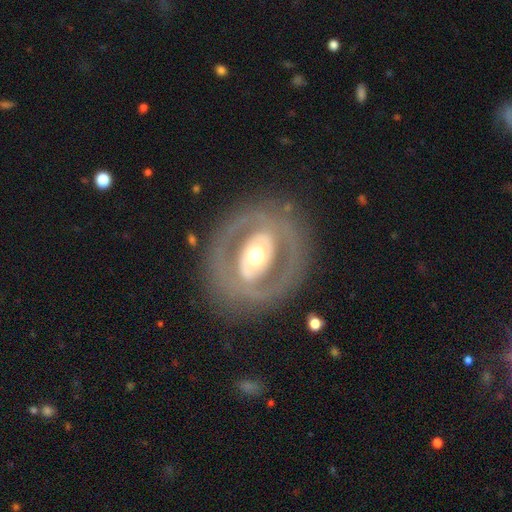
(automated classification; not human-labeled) Smooth or featured?
  - featured or disk: 71% *
  - smooth: 23%
  - star or artifact: 5%
Edge-on disk?
  - no: 95% *
  - yes: 5%
Bar?
  - no: 52% *
  - strong: 24%
  - weak: 23%
Spiral arms?
  - no: 69% *
  - yes: 31%
Bulge size?
  - moderate: 64% *
  - large: 24%
  - small: 9%
  - dominant: 2%
  - none: 1%
Merging?
  - none: 78% *
  - minor disturbance: 11%
  - major disturbance: 9%
  - merger: 2%